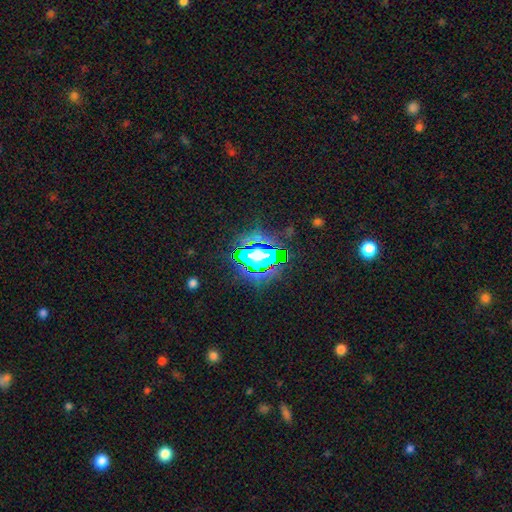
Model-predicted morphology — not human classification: A star or artifact, not a galaxy (60%).